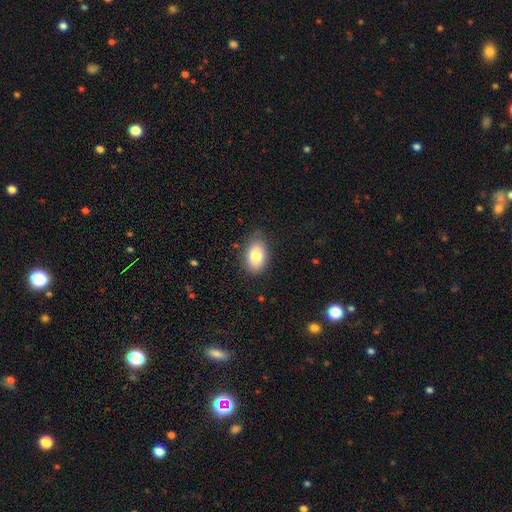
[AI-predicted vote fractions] smooth 81%, featured or disk 12%, star or artifact 8%. Down the decision tree: how rounded — in between (88%); merging — none (80%).